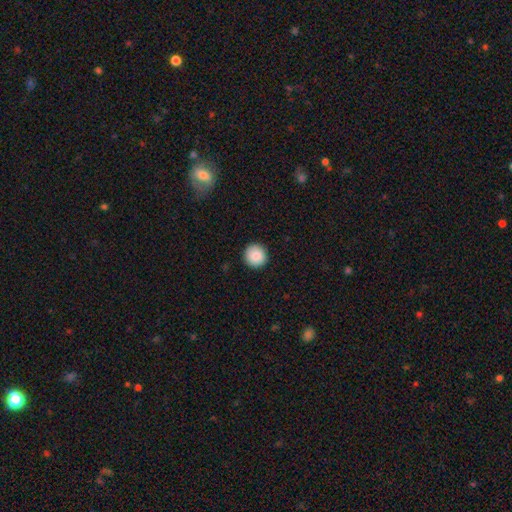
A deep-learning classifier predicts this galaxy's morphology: Smooth or featured? Predicted: smooth (p=0.88). How rounded? Predicted: round (p=0.95). Merging? Predicted: none (p=0.92).